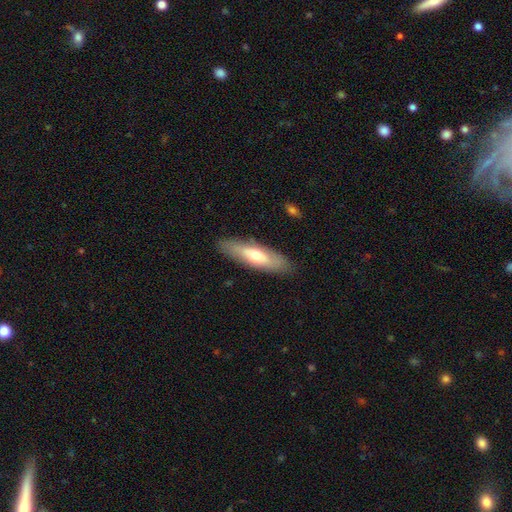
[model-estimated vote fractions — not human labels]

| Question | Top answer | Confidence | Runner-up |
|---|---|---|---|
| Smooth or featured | smooth | 55% | featured or disk (39%) |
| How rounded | cigar-shaped | 56% | in between (42%) |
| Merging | none | 86% | minor disturbance (10%) |